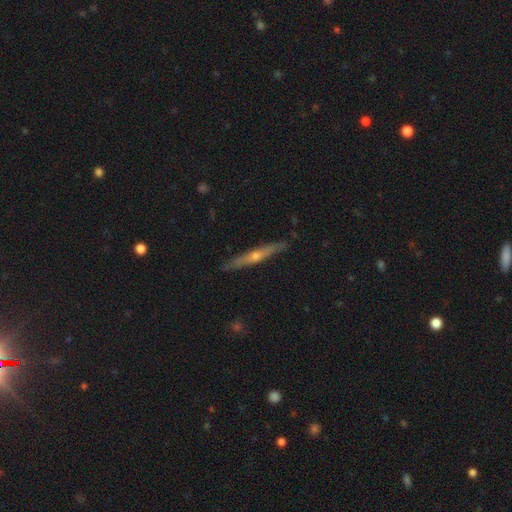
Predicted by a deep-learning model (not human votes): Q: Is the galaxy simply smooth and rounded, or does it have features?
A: featured or disk — 68%.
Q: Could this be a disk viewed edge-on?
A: yes — 95%.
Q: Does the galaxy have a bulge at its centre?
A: rounded — 81%.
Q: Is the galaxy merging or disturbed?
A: none — 88%.